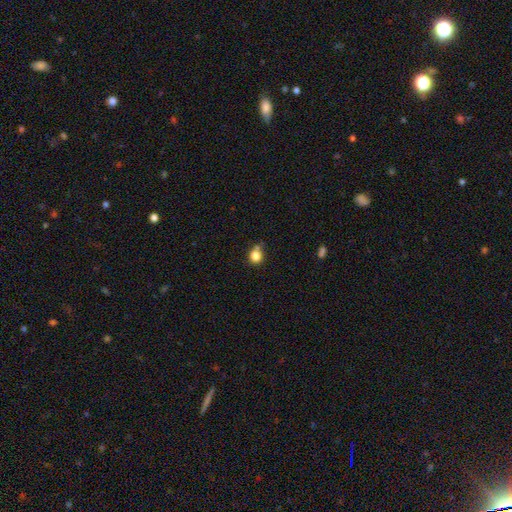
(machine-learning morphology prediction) smooth 82%, star or artifact 12%, featured or disk 6%. Down the decision tree: how rounded — round (85%); merging — none (67%).